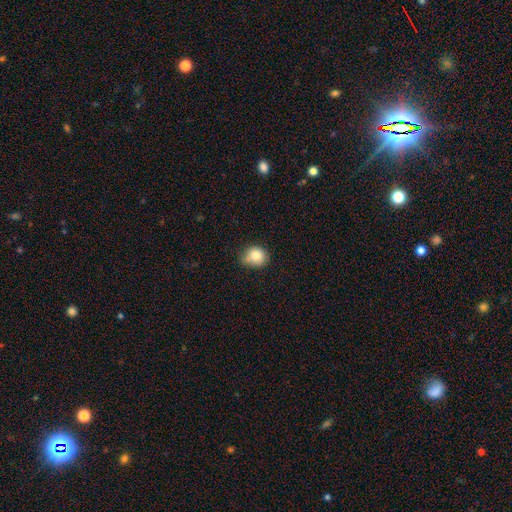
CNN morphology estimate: Q: Smooth or featured?
A: smooth (83%); runner-up: star or artifact (10%)
Q: How rounded?
A: round (75%); runner-up: in between (24%)
Q: Merging?
A: none (53%); runner-up: minor disturbance (34%)